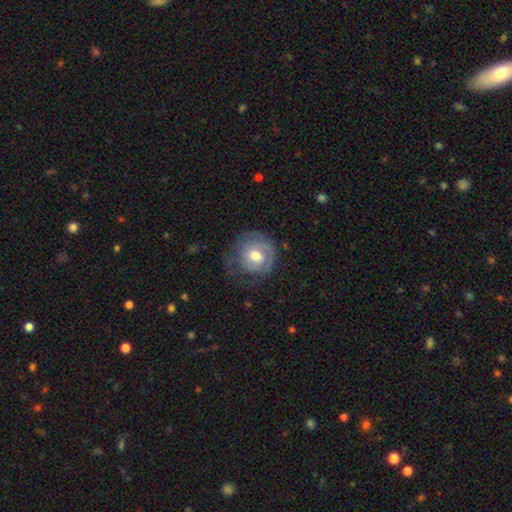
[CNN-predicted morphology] A featured or disk galaxy (47%).

Vote fractions:
- Smooth or featured? featured or disk: 47% / smooth: 46% / star or artifact: 7%
- Merging? none: 51% / minor disturbance: 27% / major disturbance: 21% / merger: 1%